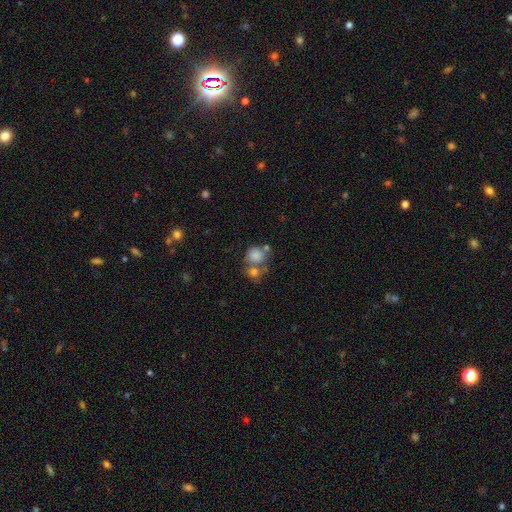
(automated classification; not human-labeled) A smooth galaxy with no disk features (77%) that is round (80%).

Vote fractions:
- Smooth or featured? smooth: 77% / featured or disk: 14% / star or artifact: 9%
- How rounded? round: 80% / in between: 19% / cigar-shaped: 1%
- Merging? merger: 45% / none: 36% / minor disturbance: 12% / major disturbance: 7%